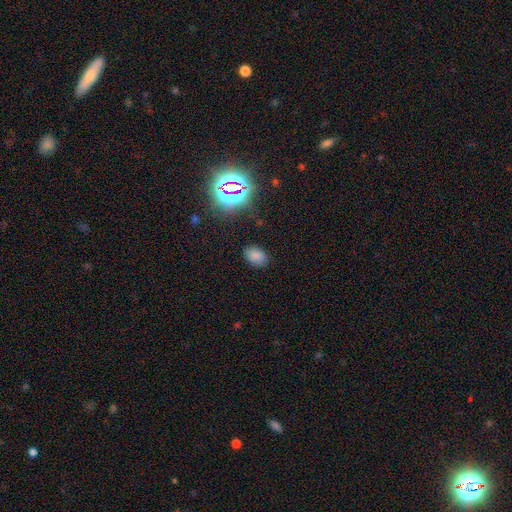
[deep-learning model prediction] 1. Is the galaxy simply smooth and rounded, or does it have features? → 76% smooth, 19% star or artifact, 6% featured or disk.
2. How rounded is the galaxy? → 79% in between, 19% round, 1% cigar-shaped.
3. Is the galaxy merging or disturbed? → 83% none, 12% minor disturbance, 3% major disturbance, 2% merger.